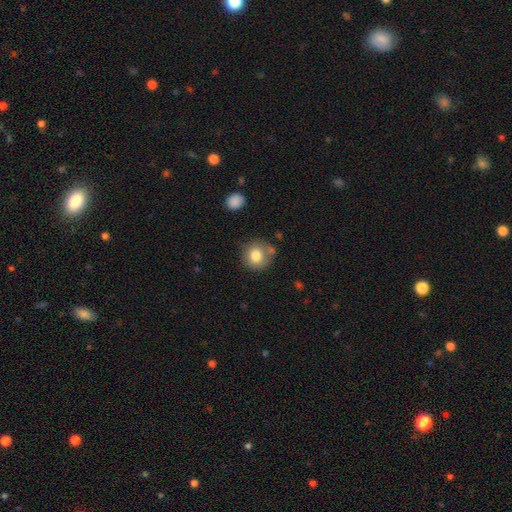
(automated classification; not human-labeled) A smooth galaxy with no disk features (79%) that is round (89%). Merging: none (72%).